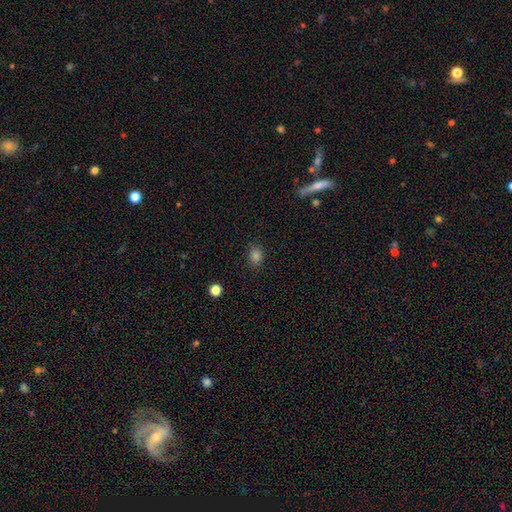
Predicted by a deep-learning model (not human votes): The model was most divided on "how rounded": round: 51%, in between: 47%, cigar-shaped: 1%. More confident: merging — none (84%); smooth or featured — smooth (80%).